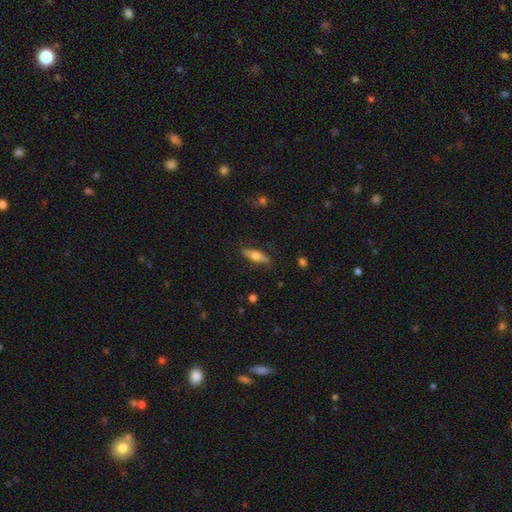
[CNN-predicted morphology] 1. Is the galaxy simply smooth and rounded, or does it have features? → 59% smooth, 35% featured or disk, 6% star or artifact.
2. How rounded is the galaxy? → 55% in between, 42% cigar-shaped, 3% round.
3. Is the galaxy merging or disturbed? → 82% none, 13% minor disturbance, 3% major disturbance, 1% merger.